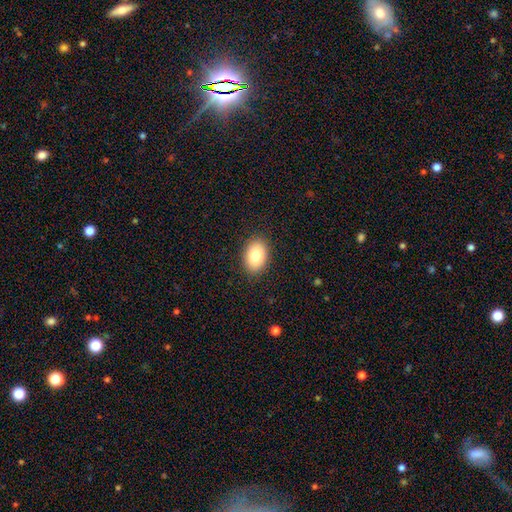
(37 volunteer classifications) A smooth galaxy with no disk features (86%) that is in between round and cigar-shaped (88%). Merging: none (86%).